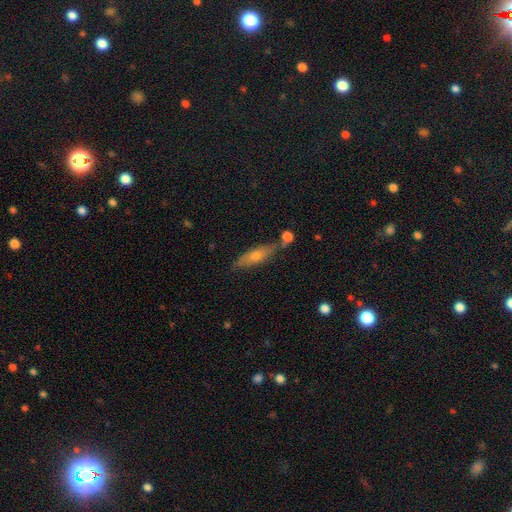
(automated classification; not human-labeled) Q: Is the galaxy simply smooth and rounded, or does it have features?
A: smooth — 52%.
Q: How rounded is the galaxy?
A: cigar-shaped — 61%.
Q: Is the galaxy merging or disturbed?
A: none — 72%.